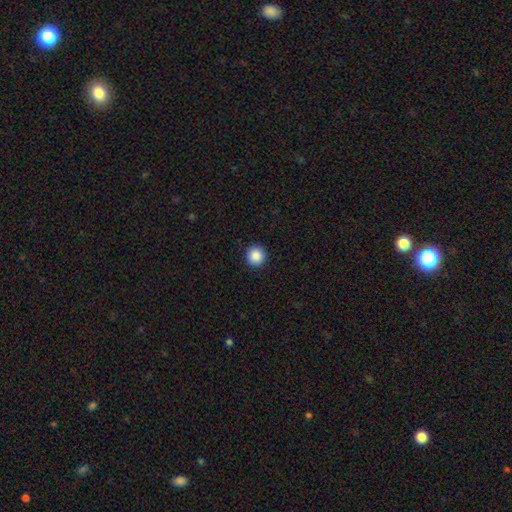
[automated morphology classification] type=smooth (88%); roundness=round (95%); merging=none (93%).